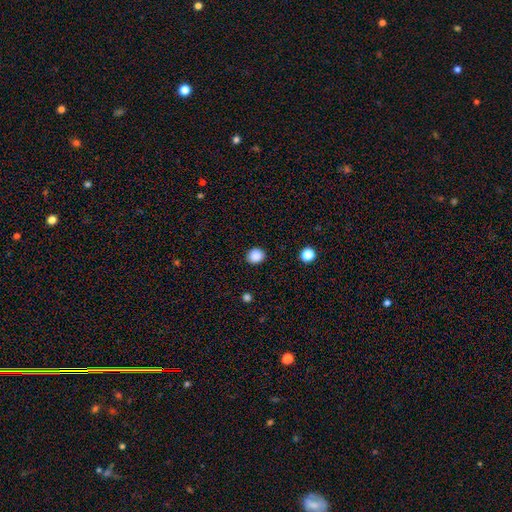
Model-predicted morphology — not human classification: A smooth galaxy with no disk features (88%) that is round (82%).

Vote fractions:
- Smooth or featured? smooth: 88% / star or artifact: 10% / featured or disk: 2%
- How rounded? round: 82% / in between: 17% / cigar-shaped: 1%
- Merging? none: 89% / minor disturbance: 7% / major disturbance: 2% / merger: 1%